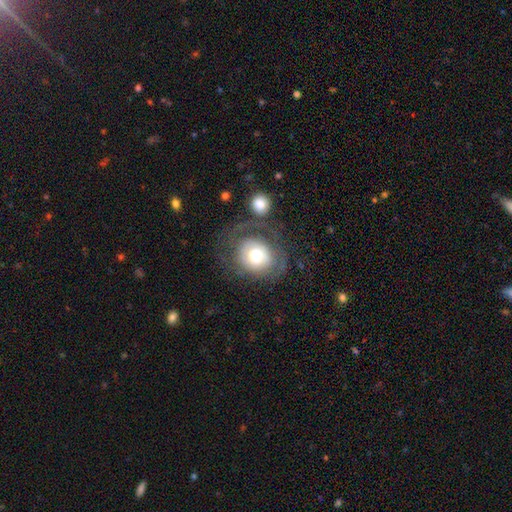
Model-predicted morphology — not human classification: Smooth or featured: featured or disk — 48% (smooth — 44%)
Merging: none — 50% (major disturbance — 21%)